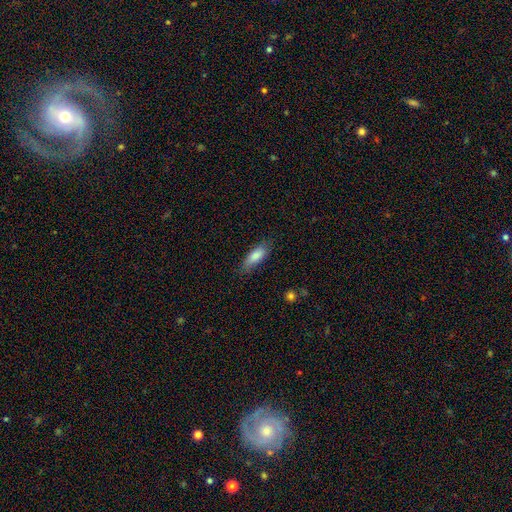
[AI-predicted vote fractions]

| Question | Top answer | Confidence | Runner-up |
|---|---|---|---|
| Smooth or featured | smooth | 82% | featured or disk (11%) |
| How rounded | in between | 64% | cigar-shaped (35%) |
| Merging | none | 77% | minor disturbance (18%) |